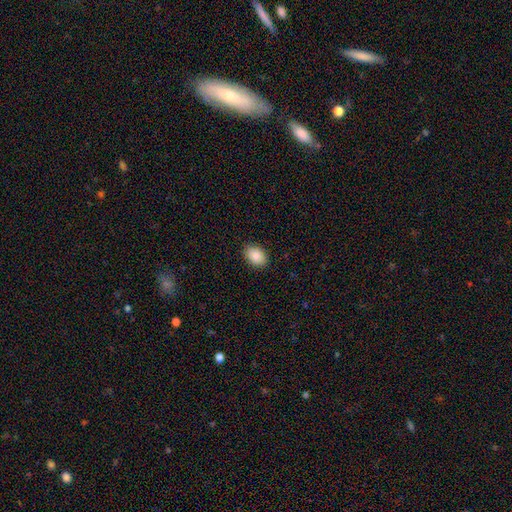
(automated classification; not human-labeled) Q: Smooth or featured?
A: smooth (87%); runner-up: star or artifact (7%)
Q: How rounded?
A: in between (82%); runner-up: round (17%)
Q: Merging?
A: none (89%); runner-up: minor disturbance (8%)